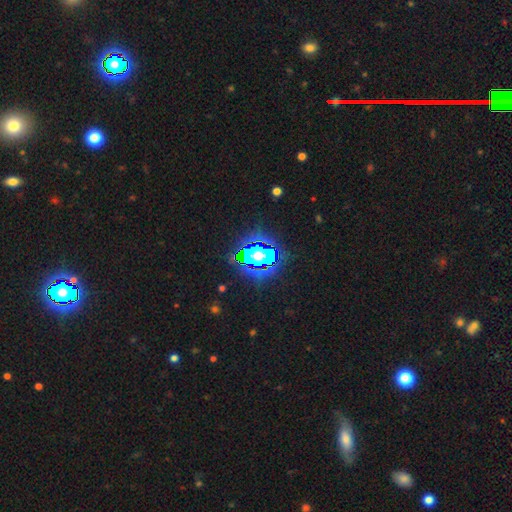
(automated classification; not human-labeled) smooth-or-featured: star or artifact: 58% | smooth: 26% | featured or disk: 16%